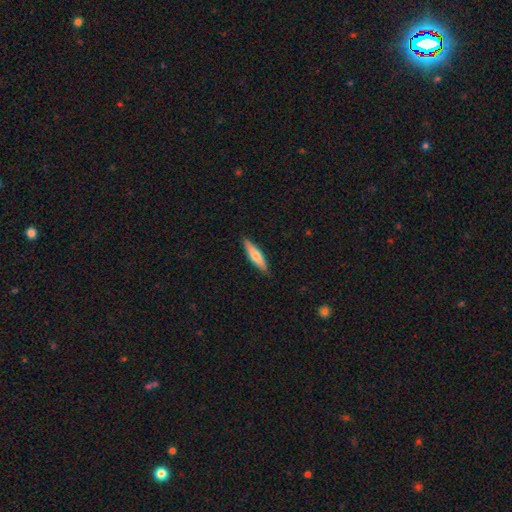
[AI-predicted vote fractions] smooth_or_featured: smooth (p=0.62) [alt: featured or disk p=0.32]
how_rounded: cigar-shaped (p=0.81) [alt: in between p=0.17]
merging: none (p=0.89) [alt: minor disturbance p=0.08]